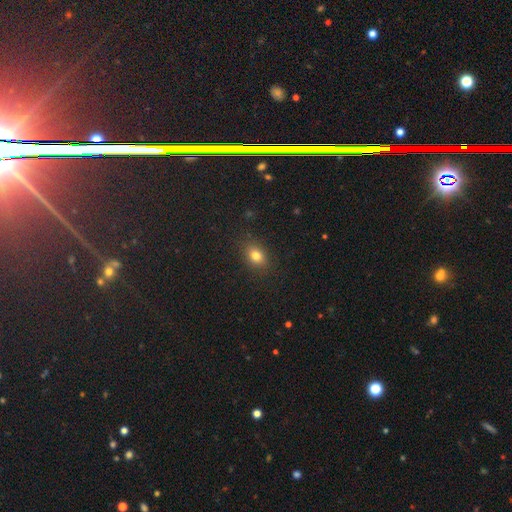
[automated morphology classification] smooth 79%, star or artifact 13%, featured or disk 8%. Down the decision tree: how rounded — in between (63%); merging — none (86%).